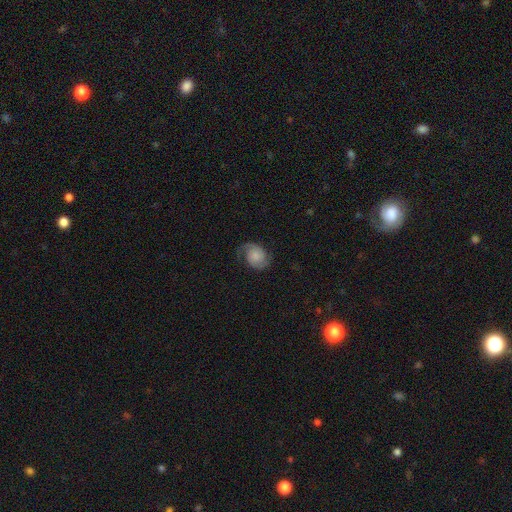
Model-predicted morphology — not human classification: The model was most divided on "bulge size": small: 35%, moderate: 30%, none: 21%, large: 10%, dominant: 3%. Remaining: edge-on disk — no (98%); spiral arms — yes (96%); spiral arm count — 2 (90%); smooth or featured — featured or disk (77%); bar — no (74%); merging — none (73%); spiral winding — medium (45%).